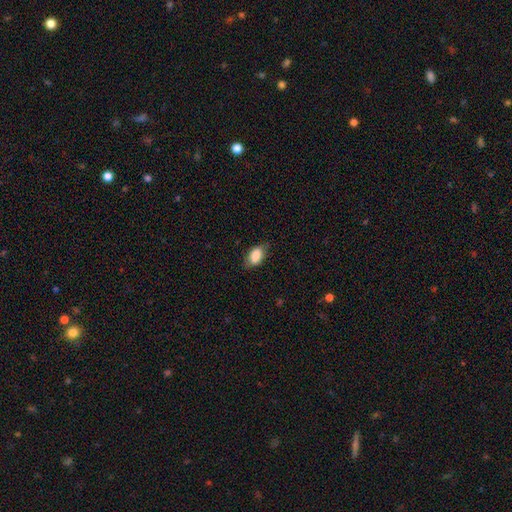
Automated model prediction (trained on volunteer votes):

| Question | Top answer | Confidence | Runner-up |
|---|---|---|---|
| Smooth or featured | smooth | 85% | featured or disk (8%) |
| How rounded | in between | 89% | round (7%) |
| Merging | none | 72% | minor disturbance (22%) |